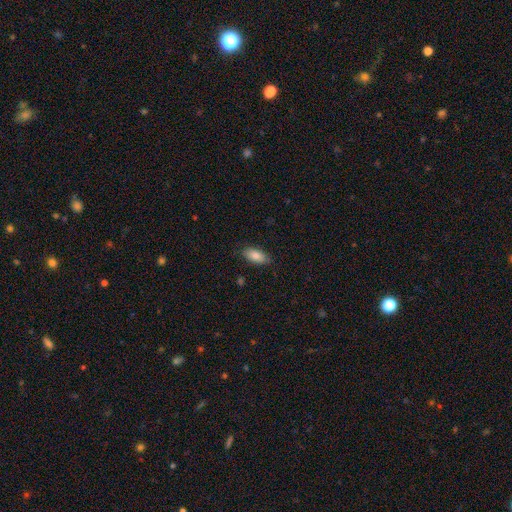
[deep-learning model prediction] smooth_or_featured: smooth (p=0.85) [alt: featured or disk p=0.08]
how_rounded: in between (p=0.90) [alt: cigar-shaped p=0.08]
merging: none (p=0.84) [alt: minor disturbance p=0.12]